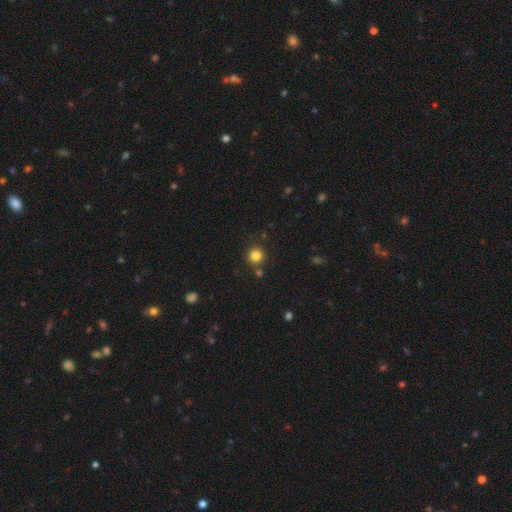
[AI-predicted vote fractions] Smooth or featured? smooth (82%)
How rounded? round (94%)
Merging? none (83%)